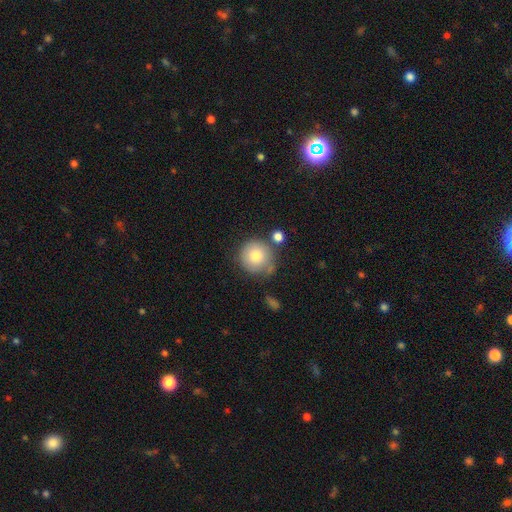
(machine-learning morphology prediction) smooth-or-featured: smooth: 79% | featured or disk: 12% | star or artifact: 9%
  how-rounded: round: 93% | in between: 6% | cigar-shaped: 1%
  merging: none: 67% | minor disturbance: 17% | merger: 12% | major disturbance: 5%